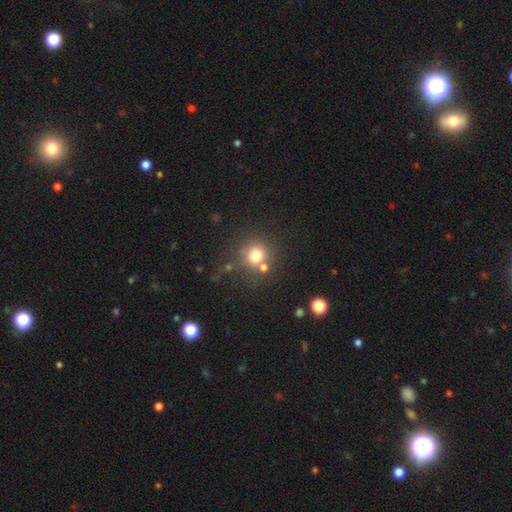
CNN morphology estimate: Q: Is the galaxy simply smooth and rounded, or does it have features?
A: smooth — 75%.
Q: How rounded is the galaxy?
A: round — 91%.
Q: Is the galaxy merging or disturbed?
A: none — 67%.